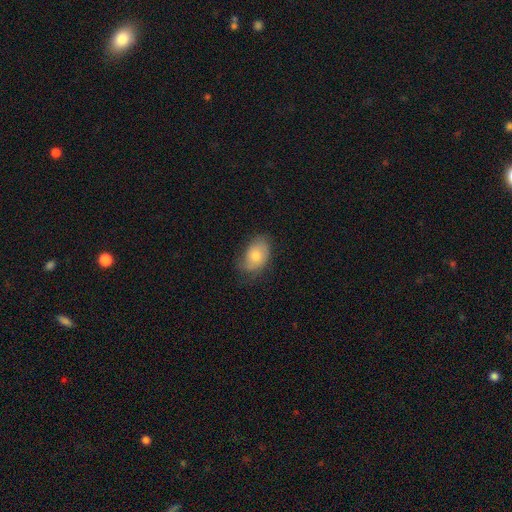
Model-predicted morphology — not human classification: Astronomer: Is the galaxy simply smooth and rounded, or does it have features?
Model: smooth — 69%.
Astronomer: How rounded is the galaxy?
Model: in between — 87%.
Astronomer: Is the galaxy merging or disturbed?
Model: none — 63%.